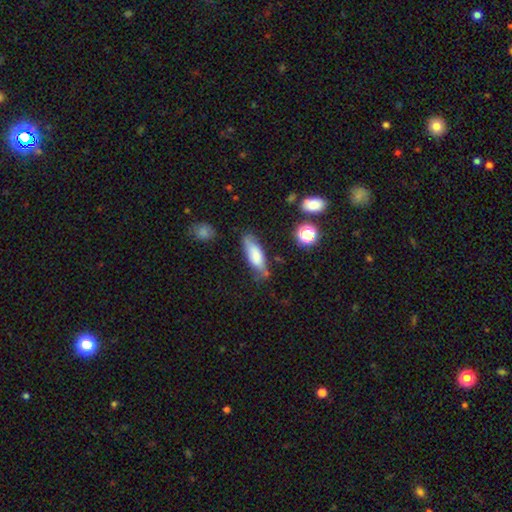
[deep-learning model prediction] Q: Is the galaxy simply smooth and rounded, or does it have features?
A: smooth — 67%.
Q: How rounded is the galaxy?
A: in between — 60%.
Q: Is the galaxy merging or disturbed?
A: none — 67%.